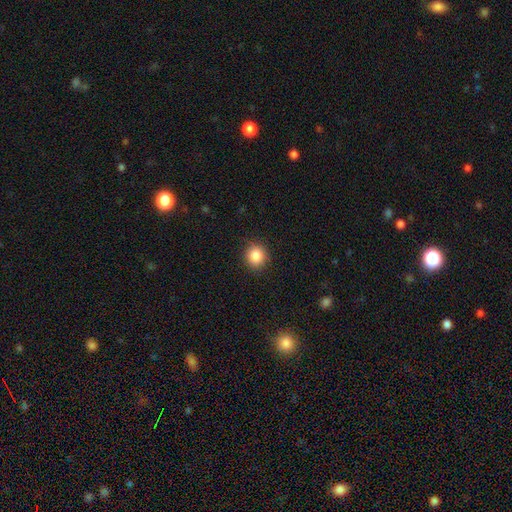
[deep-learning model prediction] smooth 86%, star or artifact 10%, featured or disk 4%. Down the decision tree: how rounded — round (87%); merging — none (90%).